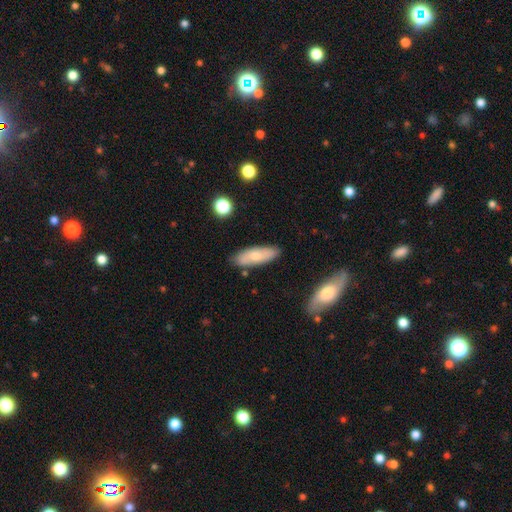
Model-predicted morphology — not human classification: This is likely a smooth galaxy (68%). How rounded: possibly in between (59%). Merging: clearly none (81%).